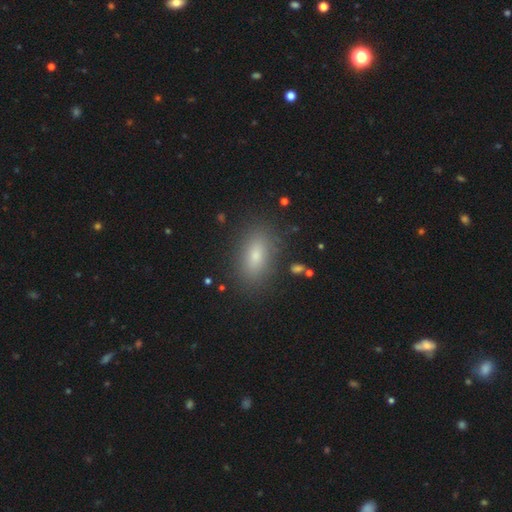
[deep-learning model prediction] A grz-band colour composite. It shows a smooth galaxy with no disk features (76%) that is in between round and cigar-shaped (85%). Merging: none (85%).